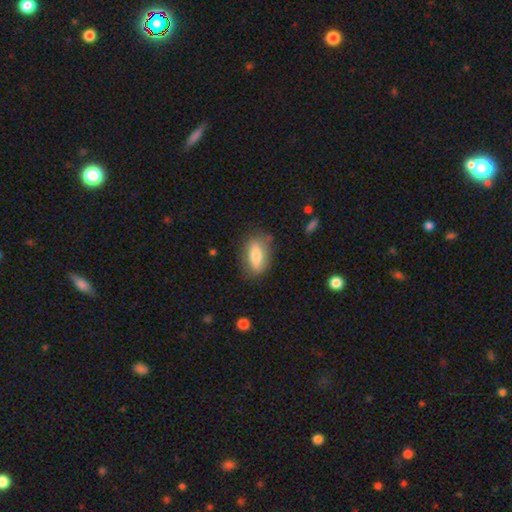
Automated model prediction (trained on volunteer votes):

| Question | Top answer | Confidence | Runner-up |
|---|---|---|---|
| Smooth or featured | smooth | 72% | featured or disk (21%) |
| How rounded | in between | 84% | cigar-shaped (11%) |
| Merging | none | 77% | minor disturbance (16%) |